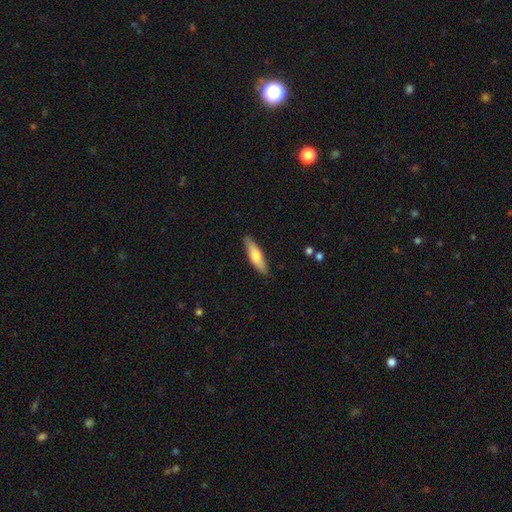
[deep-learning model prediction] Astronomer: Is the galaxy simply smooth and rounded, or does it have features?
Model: smooth — 68%.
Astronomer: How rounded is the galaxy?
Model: cigar-shaped — 66%.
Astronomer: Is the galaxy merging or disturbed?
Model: none — 87%.